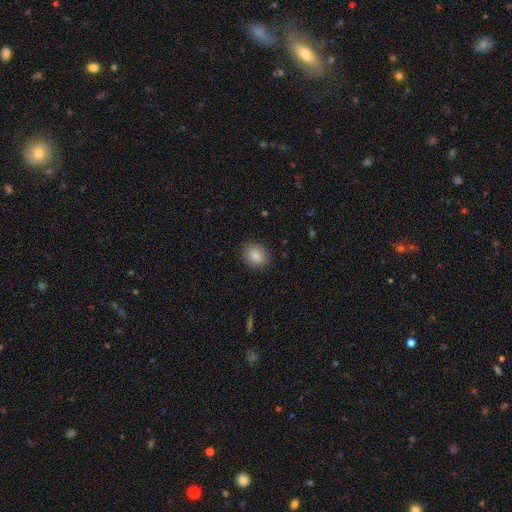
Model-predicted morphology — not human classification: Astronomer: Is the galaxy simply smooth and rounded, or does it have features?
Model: smooth — 86%.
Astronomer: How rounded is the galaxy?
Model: round — 55% (runner-up: in between, 44%).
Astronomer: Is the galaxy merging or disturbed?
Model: none — 86%.